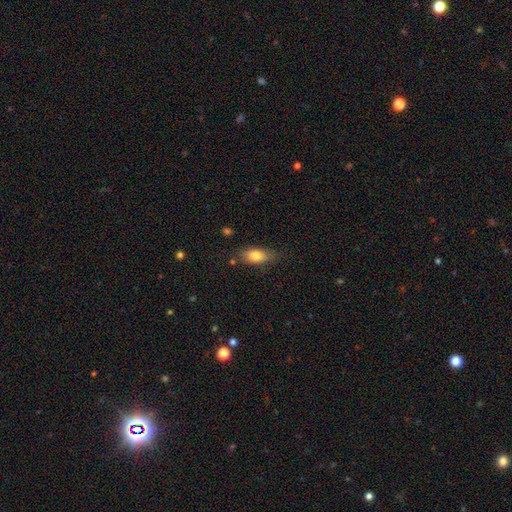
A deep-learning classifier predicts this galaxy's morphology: Smooth or featured? Predicted: smooth (p=0.79). How rounded? Predicted: in between (p=0.82). Merging? Predicted: none (p=0.72).